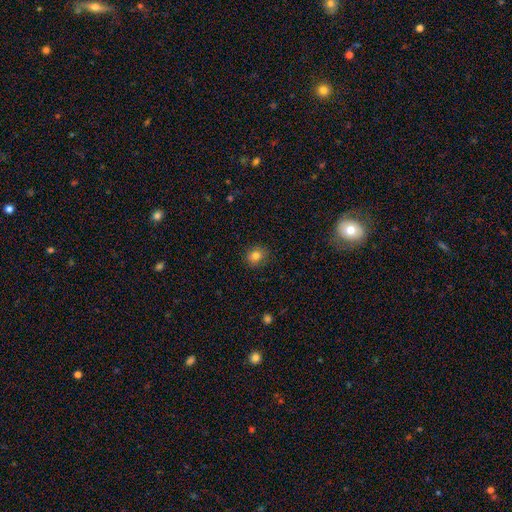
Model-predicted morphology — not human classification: Smooth or featured?
  - smooth: 80% *
  - star or artifact: 12%
  - featured or disk: 8%
How rounded?
  - round: 76% *
  - in between: 23%
  - cigar-shaped: 1%
Merging?
  - none: 87% *
  - minor disturbance: 10%
  - major disturbance: 2%
  - merger: 1%